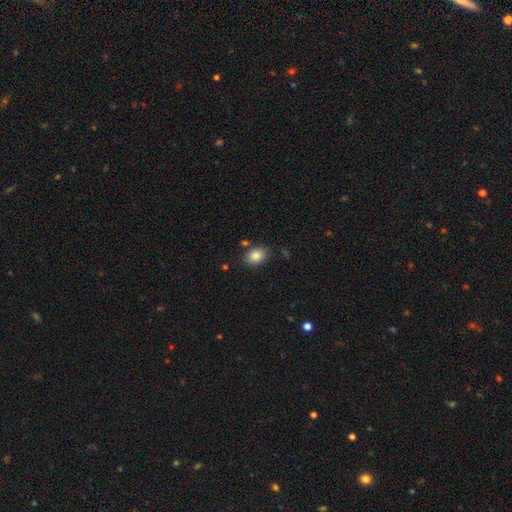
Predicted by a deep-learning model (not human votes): Smooth or featured? Predicted: smooth (p=0.86). How rounded? Predicted: in between (p=0.70). Merging? Predicted: none (p=0.80).